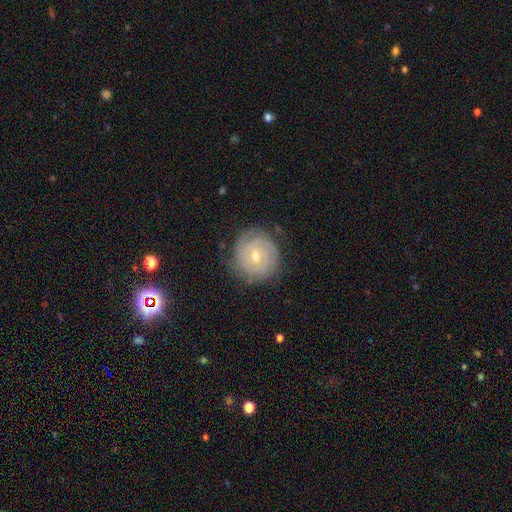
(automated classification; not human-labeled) Smooth or featured? featured or disk (82%)
Edge-on disk? no (98%)
Bar? no (49%)
Spiral arms? yes (95%)
Spiral winding? tight (84%)
Spiral arm count? 2 (34%)
Bulge size? small (50%)
Merging? none (82%)